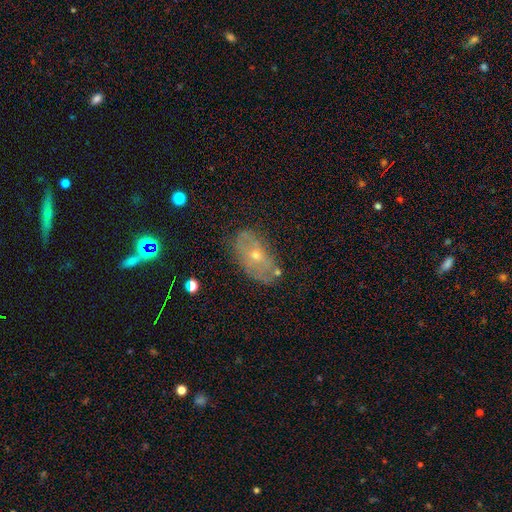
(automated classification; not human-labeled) Smooth or featured? Predicted: featured or disk (p=0.56). Edge-on disk? Predicted: no (p=0.89). Merging? Predicted: none (p=0.65).